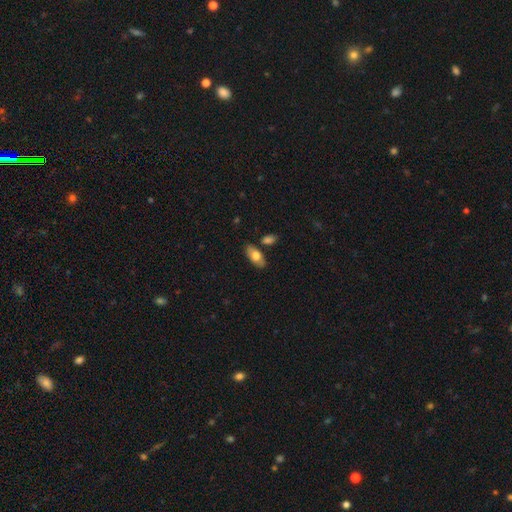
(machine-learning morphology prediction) This is likely a smooth galaxy (70%). How rounded: clearly in between (90%). Merging: clearly none (81%).